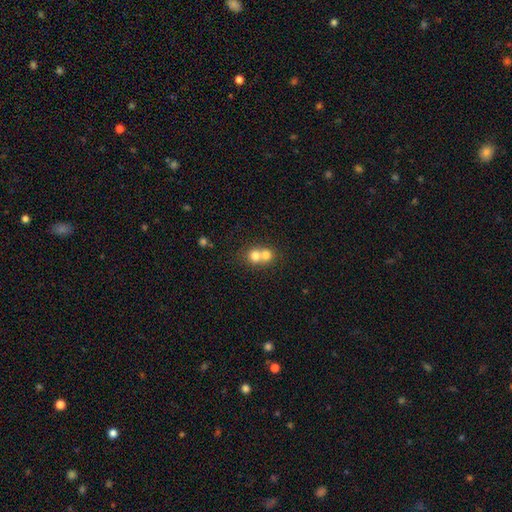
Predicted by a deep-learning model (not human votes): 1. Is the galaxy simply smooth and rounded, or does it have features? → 72% smooth, 17% featured or disk, 10% star or artifact.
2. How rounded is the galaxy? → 79% round, 20% in between, 1% cigar-shaped.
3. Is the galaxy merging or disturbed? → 69% merger, 26% none, 4% minor disturbance, 2% major disturbance.